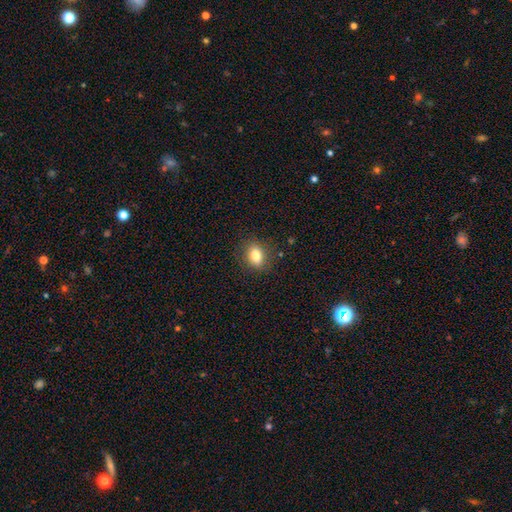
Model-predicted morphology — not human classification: smooth 81%, featured or disk 10%, star or artifact 9%. Down the decision tree: how rounded — in between (69%); merging — none (85%).